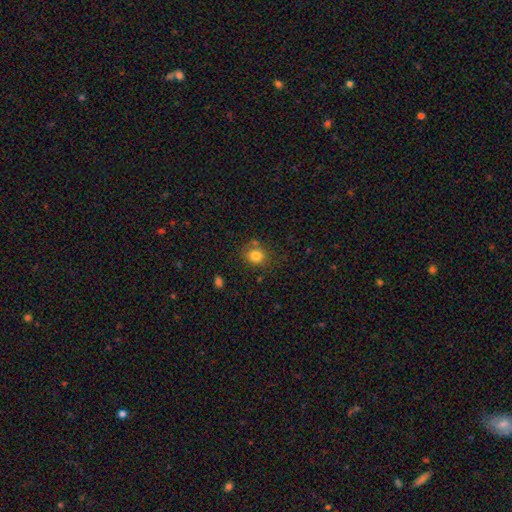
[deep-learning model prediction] A smooth galaxy with no disk features (80%) that is round (66%). Merging: none (71%).